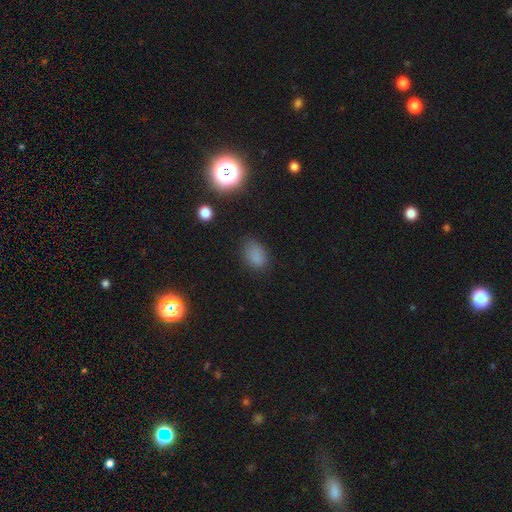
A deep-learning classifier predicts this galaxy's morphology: This appears to be a smooth galaxy with no disk features (78%) that is in between round and cigar-shaped (84%). Merging: none (73%).